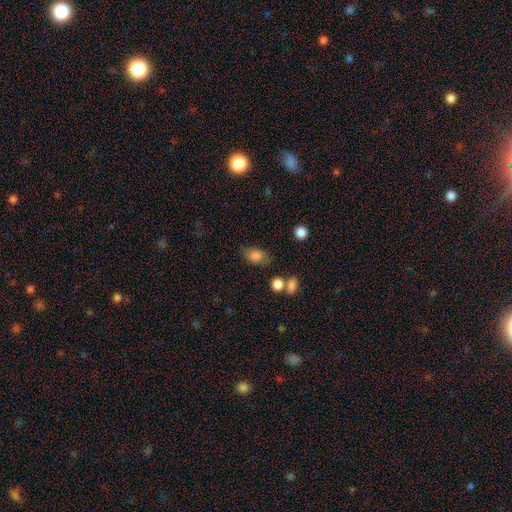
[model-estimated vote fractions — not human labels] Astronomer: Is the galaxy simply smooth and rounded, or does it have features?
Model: smooth — 81%.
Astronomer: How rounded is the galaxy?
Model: in between — 82%.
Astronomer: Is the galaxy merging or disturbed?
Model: none — 65%.